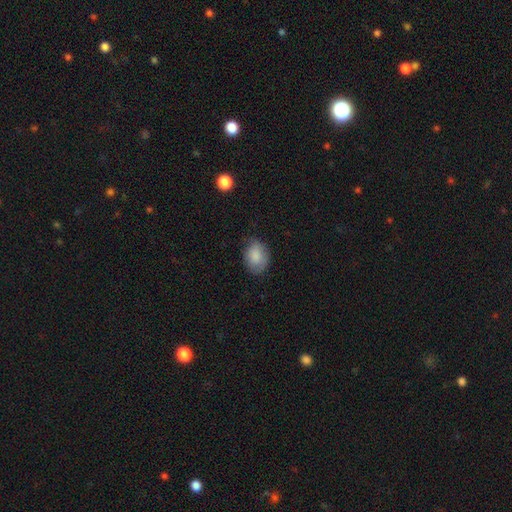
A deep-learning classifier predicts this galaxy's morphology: The model was most divided on "how rounded": in between: 71%, round: 28%, cigar-shaped: 1%. More confident: smooth or featured — smooth (84%); merging — none (70%).